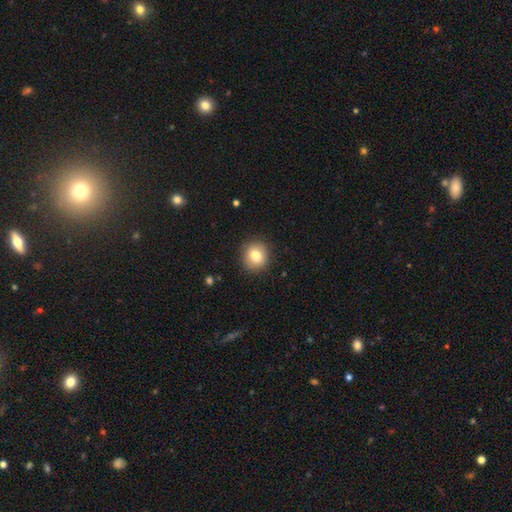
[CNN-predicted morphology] Smooth or featured: smooth — 79% (featured or disk — 11%)
How rounded: round — 87% (in between — 12%)
Merging: none — 90% (minor disturbance — 7%)